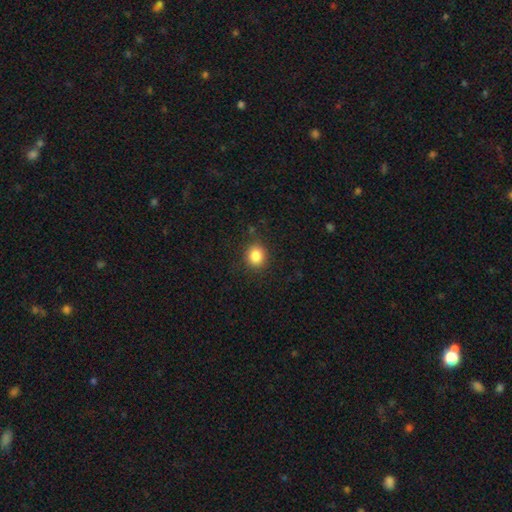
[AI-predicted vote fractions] Smooth or featured? smooth (85%)
How rounded? round (81%)
Merging? none (87%)